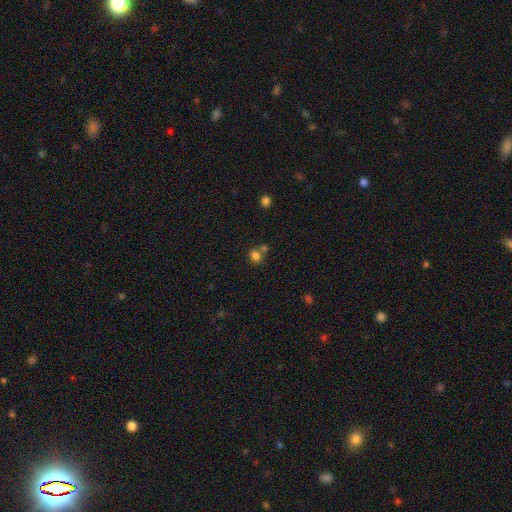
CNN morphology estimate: This is likely a smooth galaxy (80%). How rounded: likely round (66%). Merging: possibly none (57%).